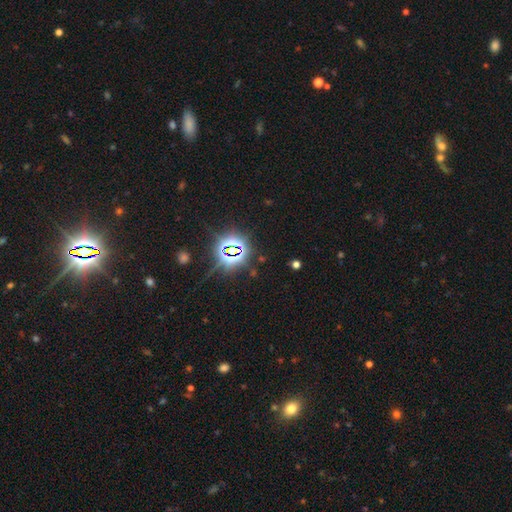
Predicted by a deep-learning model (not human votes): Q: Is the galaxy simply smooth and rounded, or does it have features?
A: star or artifact — 82%.